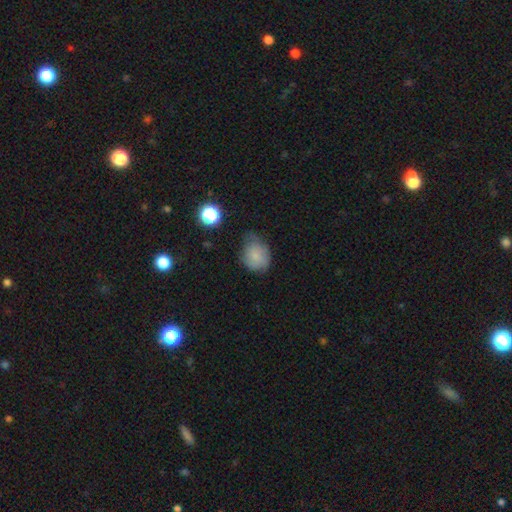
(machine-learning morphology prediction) Q: Smooth or featured?
A: smooth (77%); runner-up: featured or disk (13%)
Q: How rounded?
A: round (58%); runner-up: in between (42%)
Q: Merging?
A: none (44%); runner-up: minor disturbance (40%)